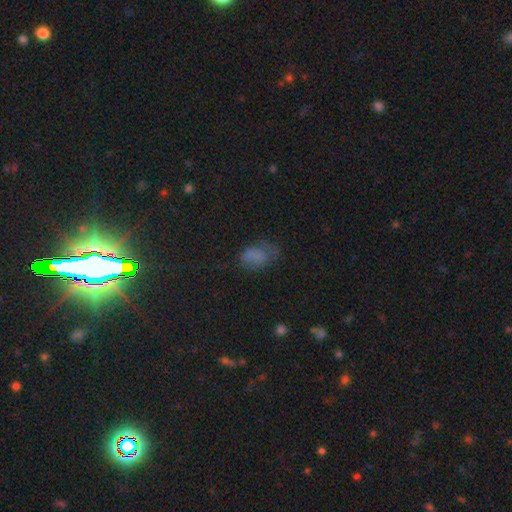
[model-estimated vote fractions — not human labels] Overall: smooth (67%). How rounded: in between (86%). Merging: none (46%; minor disturbance 30%).